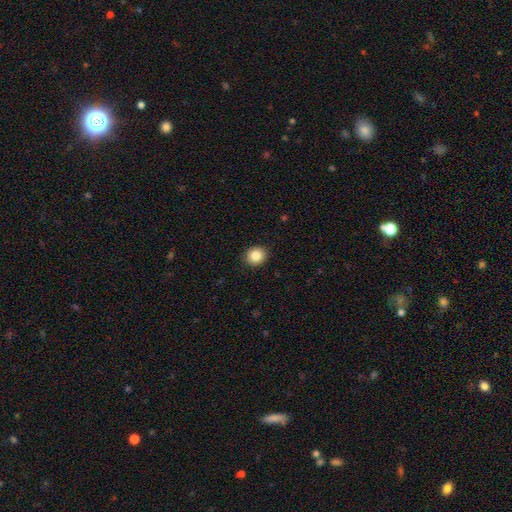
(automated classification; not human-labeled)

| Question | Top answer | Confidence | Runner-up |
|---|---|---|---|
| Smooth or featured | smooth | 85% | star or artifact (9%) |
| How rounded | round | 66% | in between (34%) |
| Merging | none | 91% | minor disturbance (7%) |